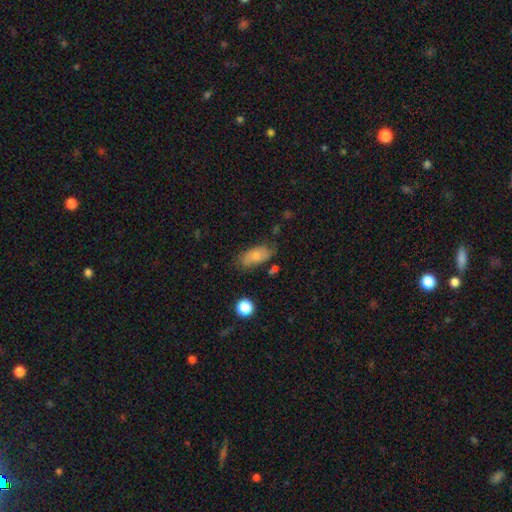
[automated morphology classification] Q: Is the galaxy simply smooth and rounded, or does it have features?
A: smooth — 73%.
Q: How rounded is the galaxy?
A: in between — 90%.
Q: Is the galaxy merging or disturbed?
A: none — 65%.